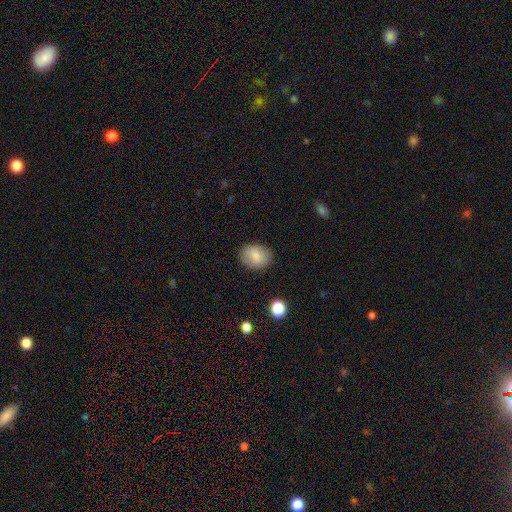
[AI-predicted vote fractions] smooth 79%, featured or disk 13%, star or artifact 8%. Down the decision tree: how rounded — in between (54%); merging — none (83%).